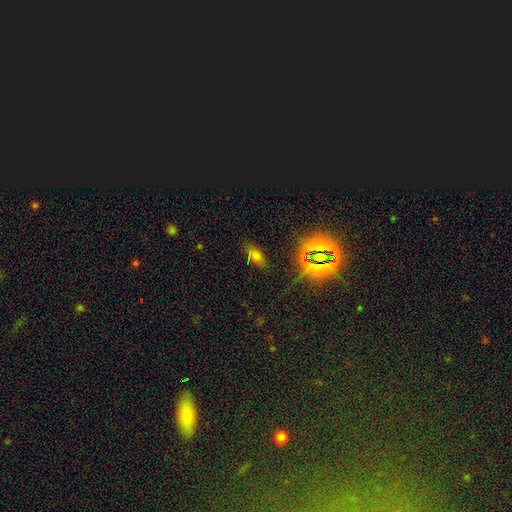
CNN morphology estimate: smooth-or-featured: smooth: 60% | star or artifact: 28% | featured or disk: 12%
  how-rounded: in between: 80% | cigar-shaped: 14% | round: 6%
  merging: none: 76% | minor disturbance: 16% | major disturbance: 5% | merger: 3%